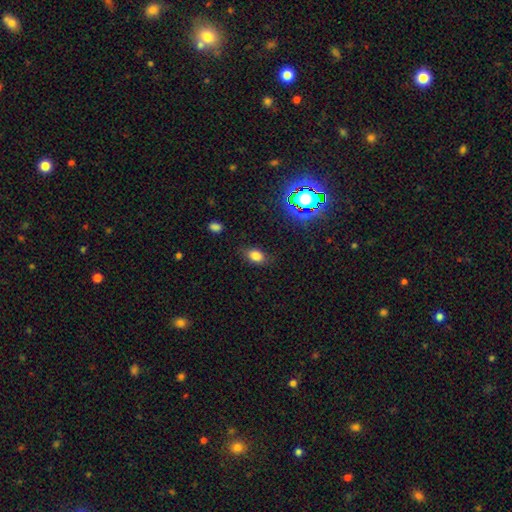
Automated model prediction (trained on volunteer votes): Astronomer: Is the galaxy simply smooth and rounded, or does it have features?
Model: smooth — 77%.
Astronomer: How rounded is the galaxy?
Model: in between — 83%.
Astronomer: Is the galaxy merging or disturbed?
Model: none — 79%.